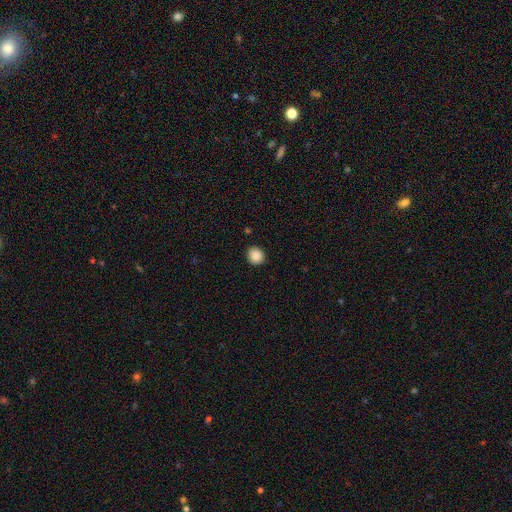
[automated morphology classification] smooth-or-featured: smooth: 88% | star or artifact: 9% | featured or disk: 4%
  how-rounded: round: 79% | in between: 21% | cigar-shaped: 1%
  merging: none: 91% | minor disturbance: 6% | major disturbance: 2% | merger: 1%